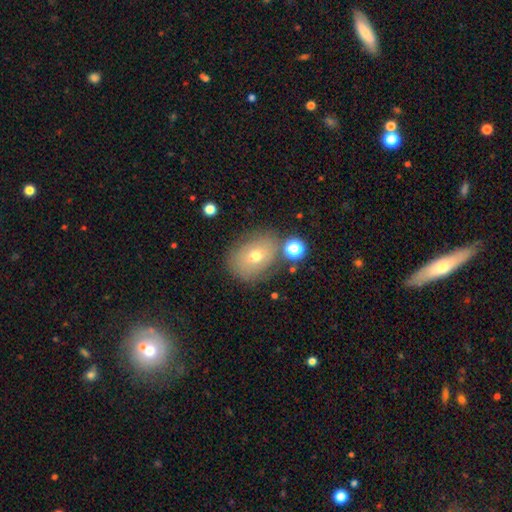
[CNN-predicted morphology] smooth_or_featured: smooth (p=0.61) [alt: featured or disk p=0.26]
how_rounded: in between (p=0.59) [alt: round p=0.40]
merging: none (p=0.70) [alt: minor disturbance p=0.16]